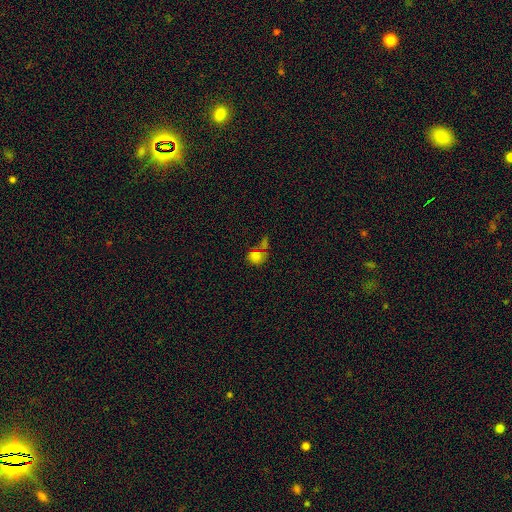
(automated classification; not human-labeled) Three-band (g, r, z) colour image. It shows a smooth galaxy with no disk features (76%) that is round (64%). Merging: none (43%).